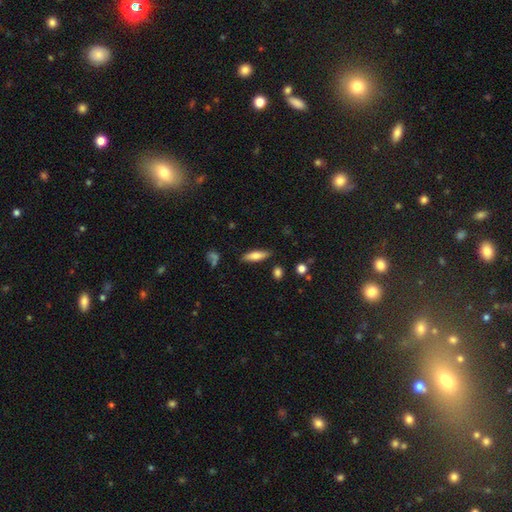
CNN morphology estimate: Smooth or featured? Predicted: smooth (p=0.73). How rounded? Predicted: cigar-shaped (p=0.54). Merging? Predicted: none (p=0.83).